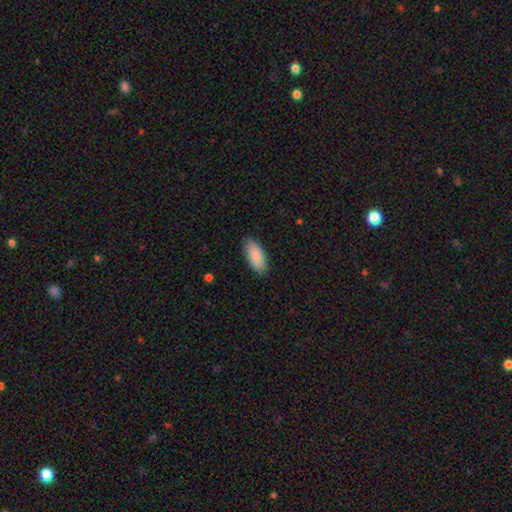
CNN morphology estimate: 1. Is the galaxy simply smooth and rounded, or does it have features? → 88% smooth, 6% featured or disk, 6% star or artifact.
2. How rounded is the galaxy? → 89% in between, 9% cigar-shaped, 2% round.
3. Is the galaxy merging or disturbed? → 87% none, 10% minor disturbance, 2% major disturbance, 1% merger.